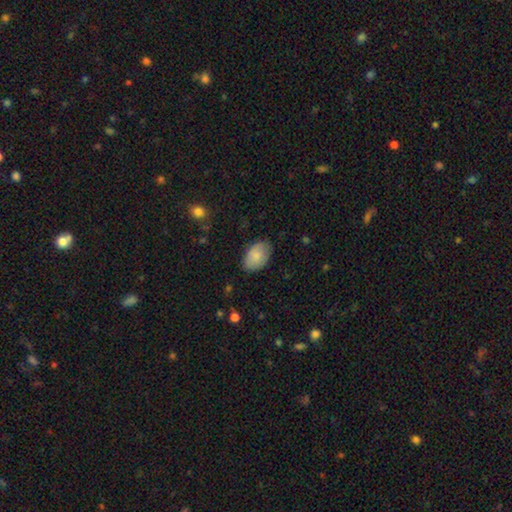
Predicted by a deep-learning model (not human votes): The model was most divided on "merging": none: 79%, minor disturbance: 17%, major disturbance: 3%, merger: 1%. More confident: how rounded — in between (90%); smooth or featured — smooth (82%).